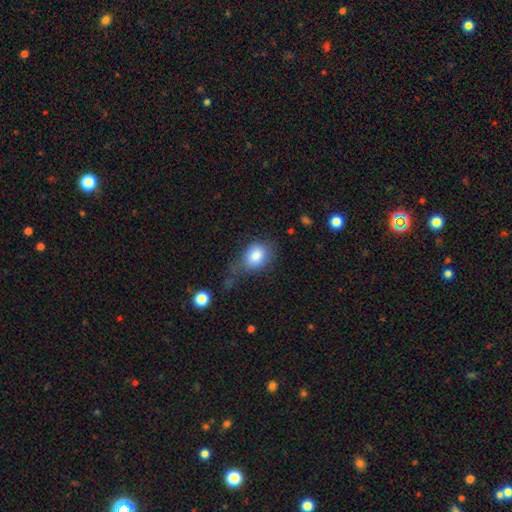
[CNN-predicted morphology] Smooth or featured?
  - smooth: 83% *
  - featured or disk: 9%
  - star or artifact: 8%
How rounded?
  - in between: 57% *
  - round: 41%
  - cigar-shaped: 1%
Merging?
  - none: 40% *
  - minor disturbance: 28%
  - major disturbance: 25%
  - merger: 7%